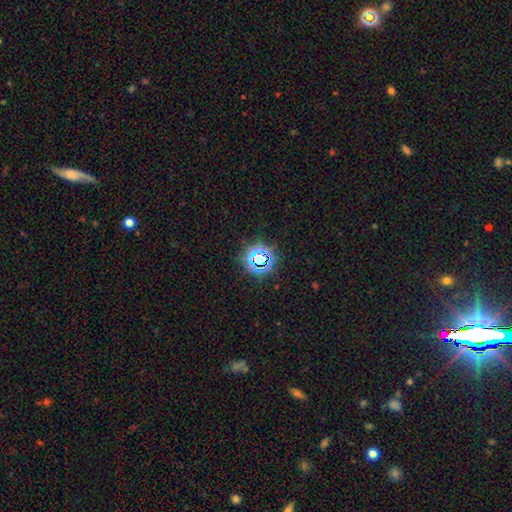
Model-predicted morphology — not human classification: A star or artifact, not a galaxy (71%).